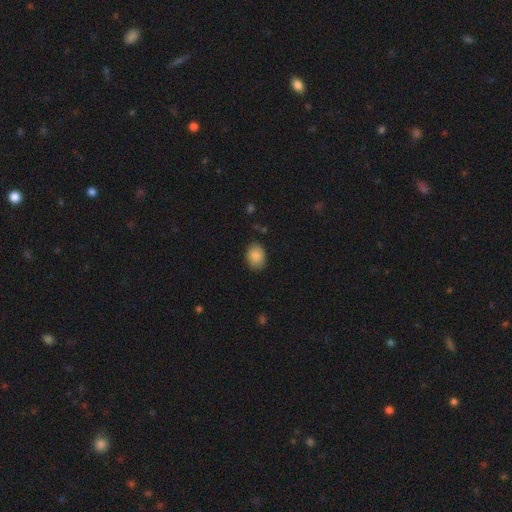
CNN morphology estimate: type=smooth (88%); roundness=in between (69%); merging=none (83%).